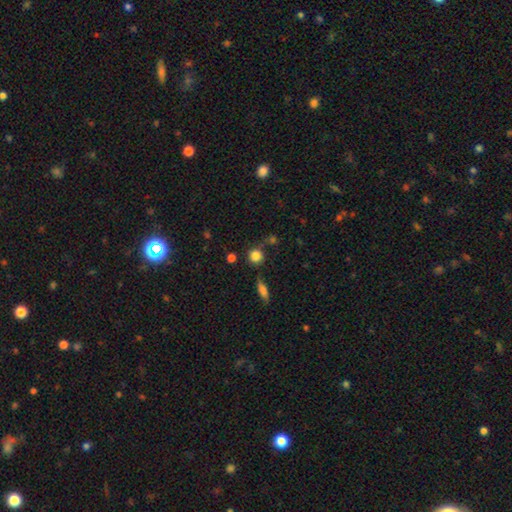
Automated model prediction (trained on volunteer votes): Smooth or featured: smooth — 83% (star or artifact — 12%)
How rounded: round — 90% (in between — 9%)
Merging: none — 74% (minor disturbance — 13%)